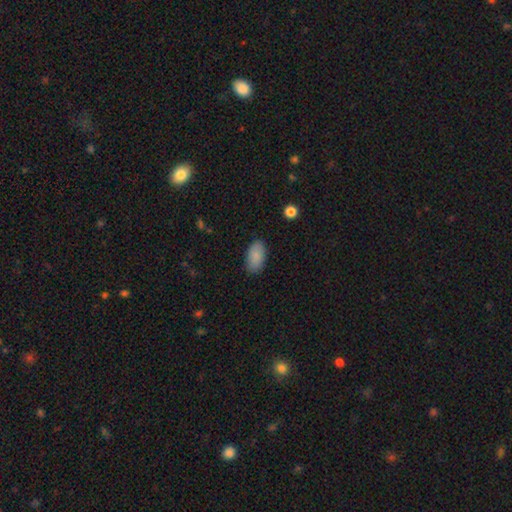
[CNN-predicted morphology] Q: Smooth or featured?
A: smooth (88%); runner-up: star or artifact (7%)
Q: How rounded?
A: in between (94%); runner-up: round (4%)
Q: Merging?
A: none (85%); runner-up: minor disturbance (11%)